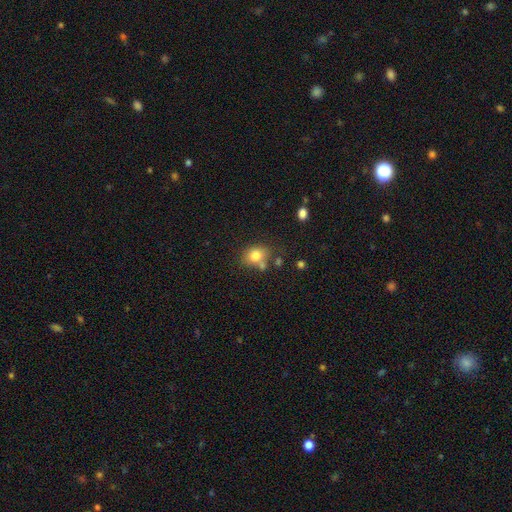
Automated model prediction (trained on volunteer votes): smooth_or_featured: smooth (p=0.79) [alt: star or artifact p=0.11]
how_rounded: in between (p=0.51) [alt: round p=0.48]
merging: none (p=0.61) [alt: minor disturbance p=0.17]